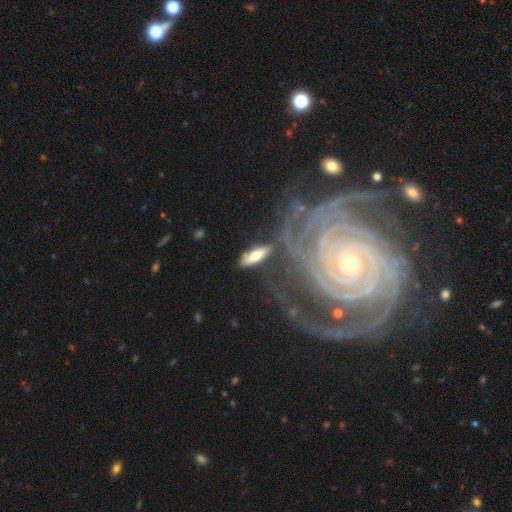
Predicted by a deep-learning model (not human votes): A smooth galaxy with no disk features (62%) that is in between round and cigar-shaped (53%). Merging: none (68%).